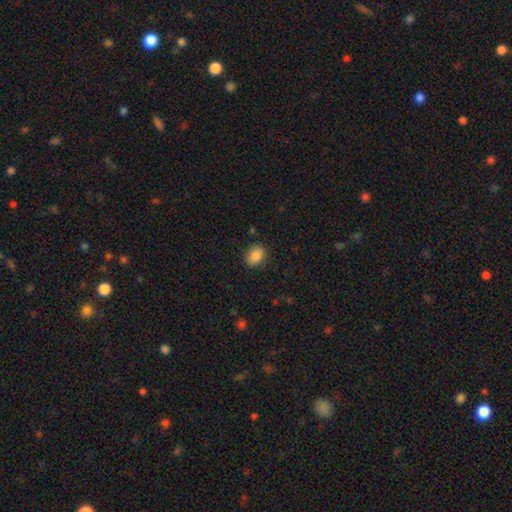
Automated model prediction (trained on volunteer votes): Q: Smooth or featured?
A: smooth (87%); runner-up: star or artifact (9%)
Q: How rounded?
A: in between (74%); runner-up: round (25%)
Q: Merging?
A: none (84%); runner-up: minor disturbance (12%)